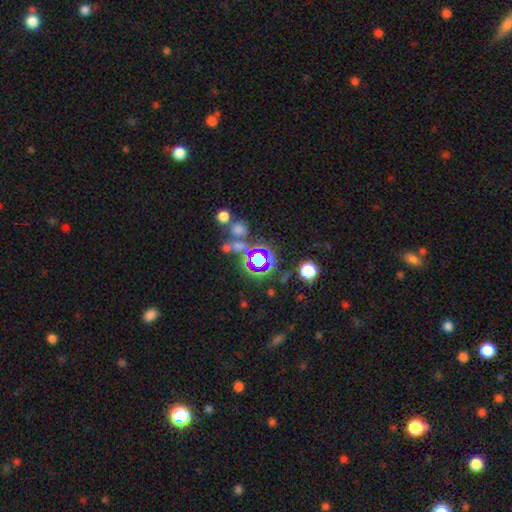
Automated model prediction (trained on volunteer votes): A star or artifact, not a galaxy (60%).